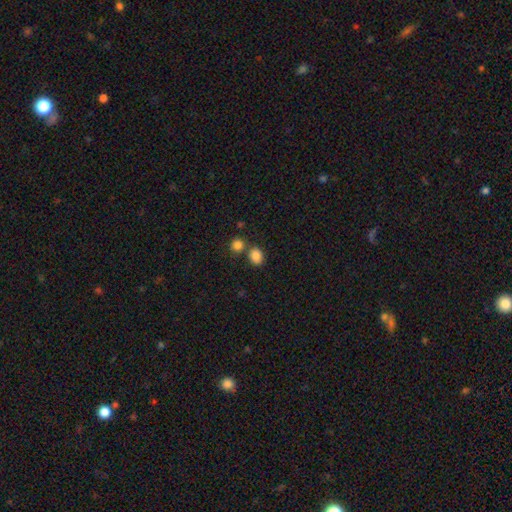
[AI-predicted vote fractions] Smooth or featured? Predicted: smooth (p=0.86). How rounded? Predicted: in between (p=0.54). Merging? Predicted: none (p=0.65).